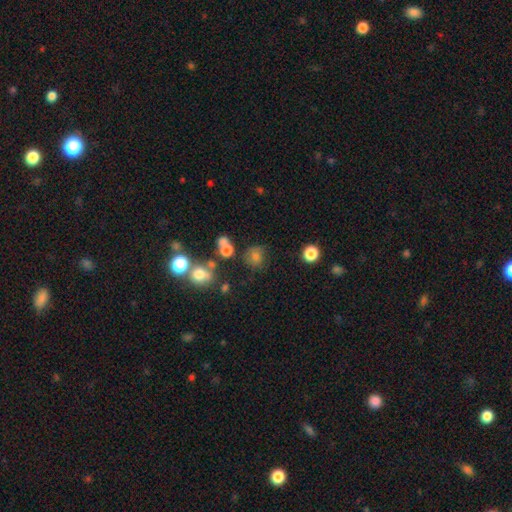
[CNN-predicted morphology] This is likely a smooth galaxy (71%). How rounded: clearly round (81%). Merging: likely none (69%).